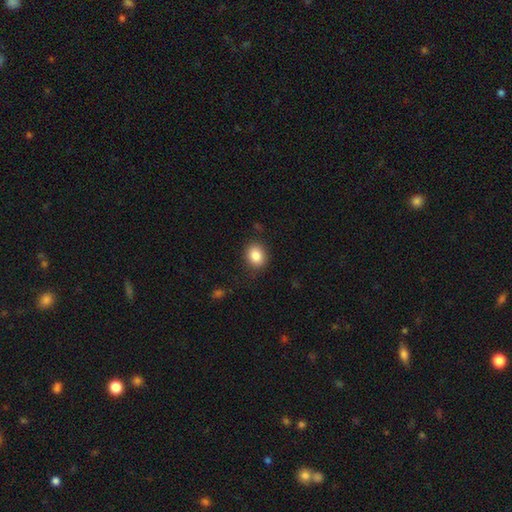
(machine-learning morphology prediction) Overall: smooth (85%). How rounded: round (59%; in between 40%). Merging: none (85%).